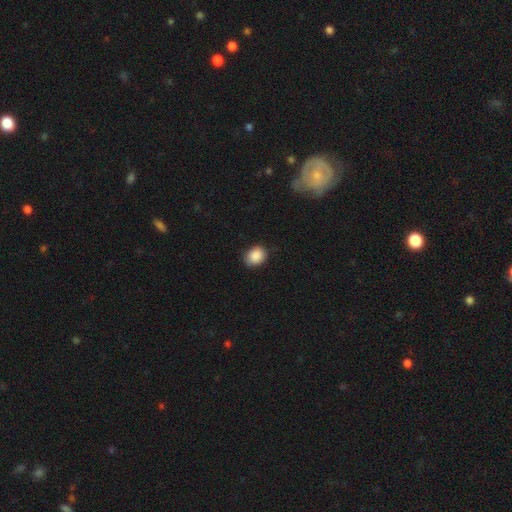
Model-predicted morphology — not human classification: smooth-or-featured: smooth: 89% | star or artifact: 8% | featured or disk: 4%
  how-rounded: round: 51% | in between: 48% | cigar-shaped: 1%
  merging: none: 80% | minor disturbance: 16% | major disturbance: 3% | merger: 1%